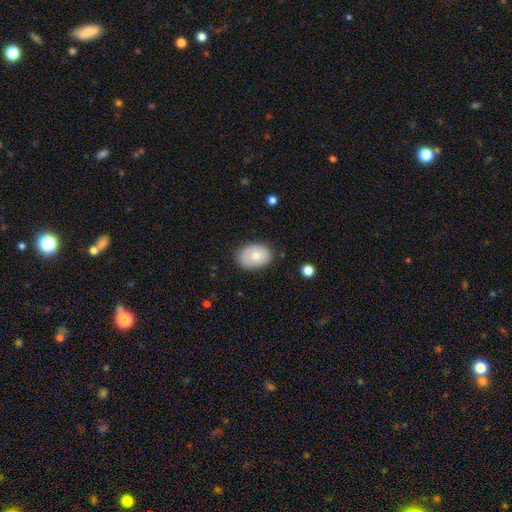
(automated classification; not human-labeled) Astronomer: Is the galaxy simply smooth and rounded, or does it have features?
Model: smooth — 71%.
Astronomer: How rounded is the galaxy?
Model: in between — 80%.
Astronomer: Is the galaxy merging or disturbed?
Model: none — 78%.